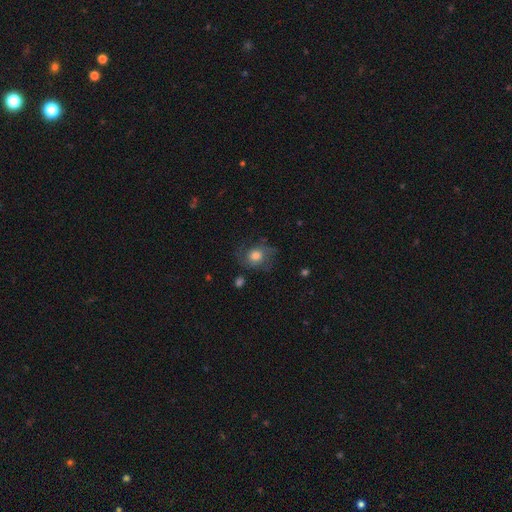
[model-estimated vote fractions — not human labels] Smooth or featured? smooth (56%)
How rounded? round (66%)
Merging? none (60%)